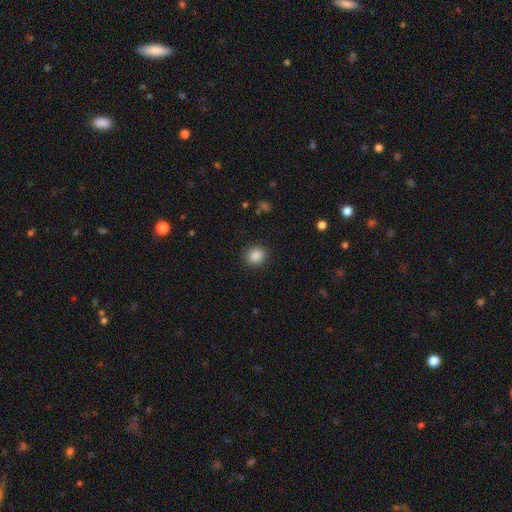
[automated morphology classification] A smooth galaxy with no disk features (87%) that is round (77%).

Vote fractions:
- Smooth or featured? smooth: 87% / star or artifact: 9% / featured or disk: 3%
- How rounded? round: 77% / in between: 22% / cigar-shaped: 1%
- Merging? none: 90% / minor disturbance: 7% / major disturbance: 2% / merger: 1%